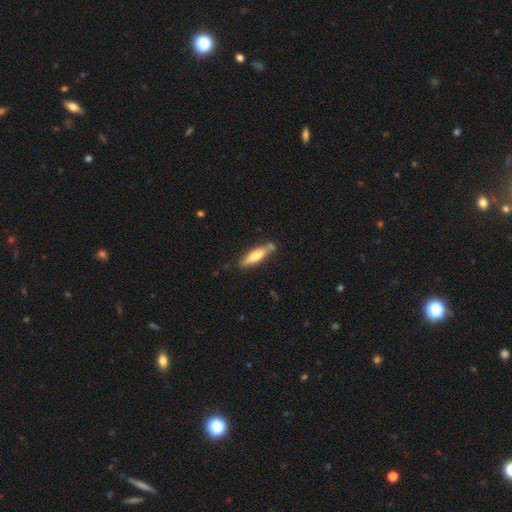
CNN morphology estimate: Smooth or featured? Predicted: smooth (p=0.53). How rounded? Predicted: cigar-shaped (p=0.73). Merging? Predicted: none (p=0.74).